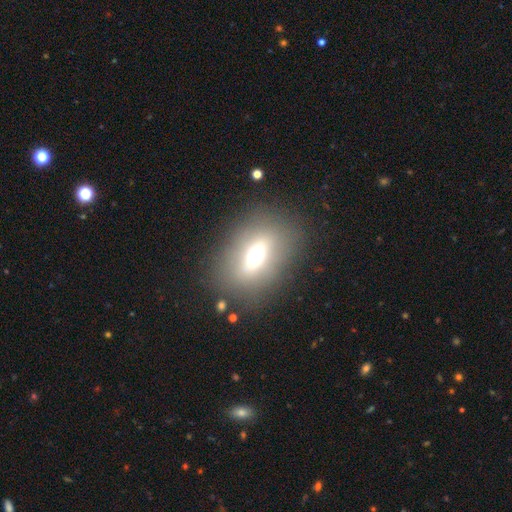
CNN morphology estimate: This is possibly a smooth galaxy (55%). How rounded: likely in between (67%). Merging: likely none (78%).